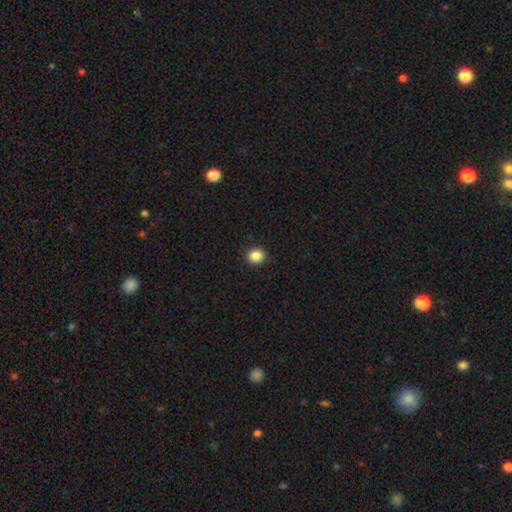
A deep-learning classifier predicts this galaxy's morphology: Q: Smooth or featured?
A: smooth (87%); runner-up: star or artifact (10%)
Q: How rounded?
A: round (85%); runner-up: in between (14%)
Q: Merging?
A: none (92%); runner-up: minor disturbance (5%)